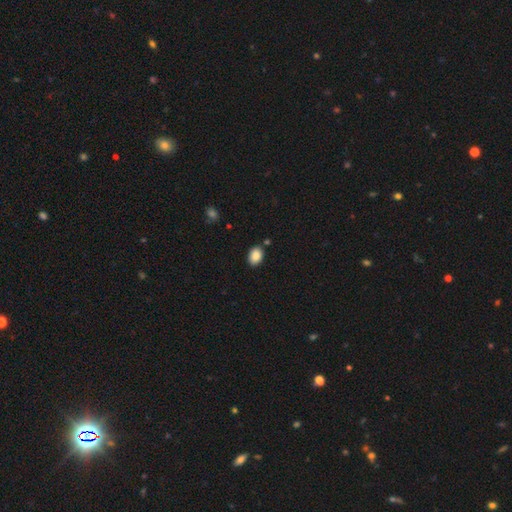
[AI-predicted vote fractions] Smooth or featured: smooth — 88% (star or artifact — 8%)
How rounded: in between — 82% (round — 17%)
Merging: none — 83% (minor disturbance — 11%)